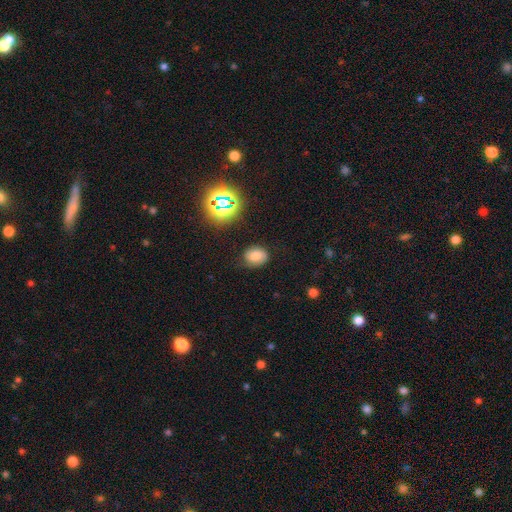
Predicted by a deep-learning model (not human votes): smooth 62%, featured or disk 20%, star or artifact 18%. Down the decision tree: how rounded — in between (55%); merging — none (71%).